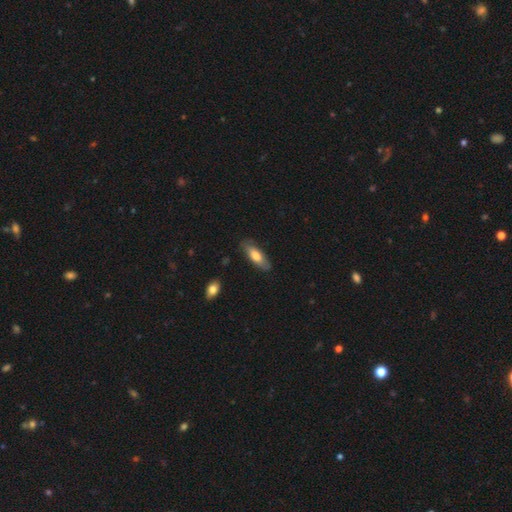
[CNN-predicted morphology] smooth_or_featured: smooth (p=0.70) [alt: featured or disk p=0.24]
how_rounded: in between (p=0.66) [alt: cigar-shaped p=0.32]
merging: none (p=0.80) [alt: minor disturbance p=0.15]